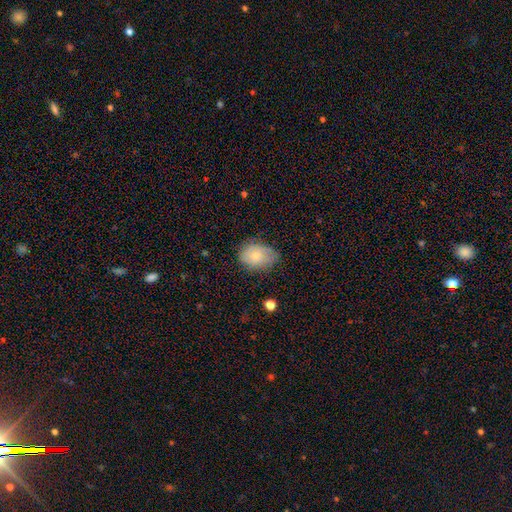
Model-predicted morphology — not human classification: A smooth galaxy with no disk features (67%) that is in between round and cigar-shaped (68%). Merging: none (61%).